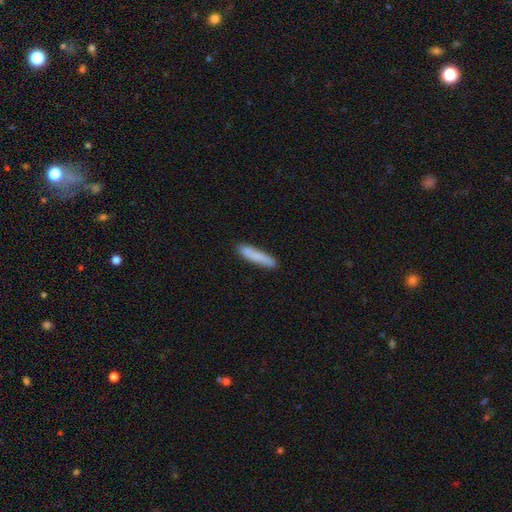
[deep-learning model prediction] Smooth or featured: smooth — 81% (featured or disk — 13%)
How rounded: cigar-shaped — 90% (in between — 9%)
Merging: none — 84% (minor disturbance — 12%)